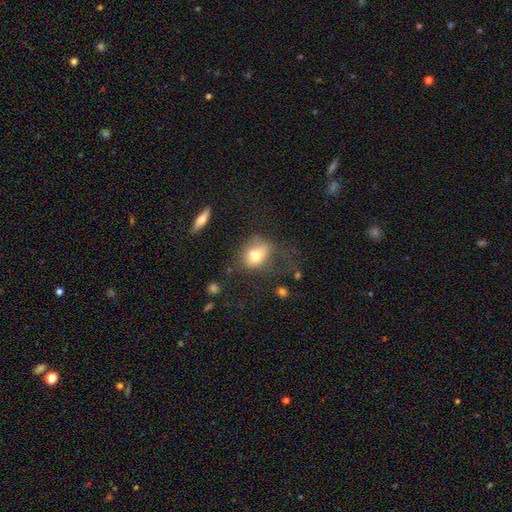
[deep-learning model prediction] This appears to be a smooth galaxy with no disk features (70%) that is in between round and cigar-shaped (58%). Merging: none (41%).